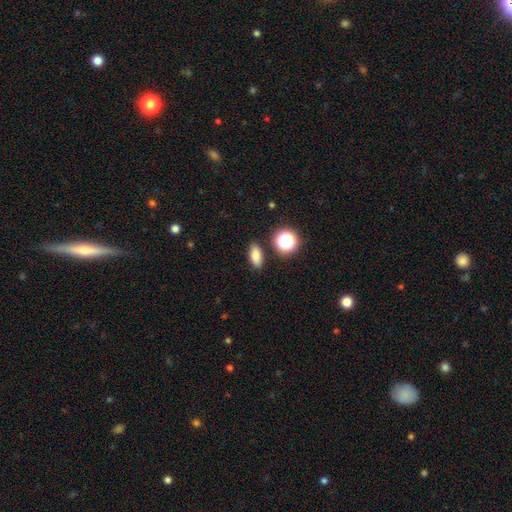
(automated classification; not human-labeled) smooth-or-featured: smooth: 79% | star or artifact: 13% | featured or disk: 8%
  how-rounded: in between: 76% | round: 13% | cigar-shaped: 11%
  merging: none: 86% | minor disturbance: 9% | merger: 3% | major disturbance: 2%